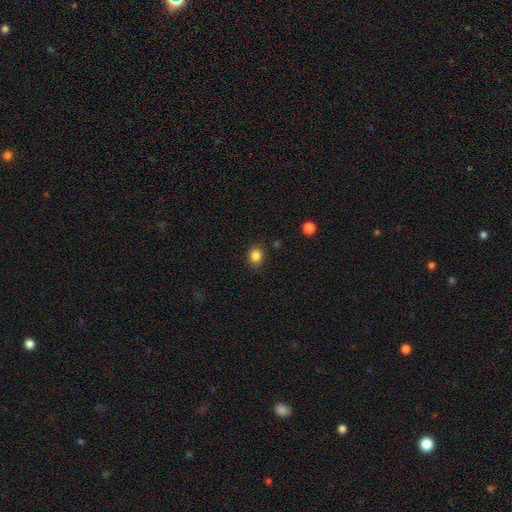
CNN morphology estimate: Smooth or featured? Predicted: smooth (p=0.85). How rounded? Predicted: round (p=0.63). Merging? Predicted: none (p=0.86).